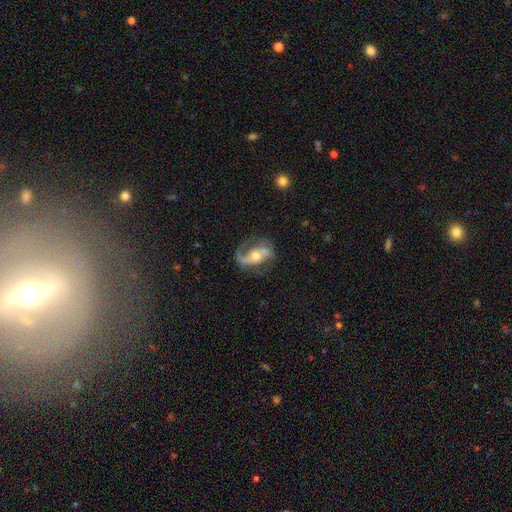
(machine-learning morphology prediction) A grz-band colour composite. It shows a featured or disk galaxy (81%) with no bar (38%), 2 (75%) medium (44%) spiral arms (92%) and a moderate central bulge (68%). Merging: none (62%).